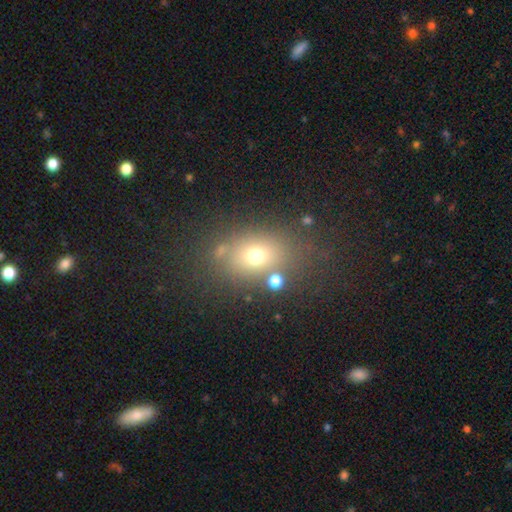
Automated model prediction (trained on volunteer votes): smooth-or-featured: smooth: 67% | star or artifact: 18% | featured or disk: 15%
  how-rounded: in between: 60% | round: 38% | cigar-shaped: 2%
  merging: none: 70% | minor disturbance: 14% | merger: 8% | major disturbance: 8%